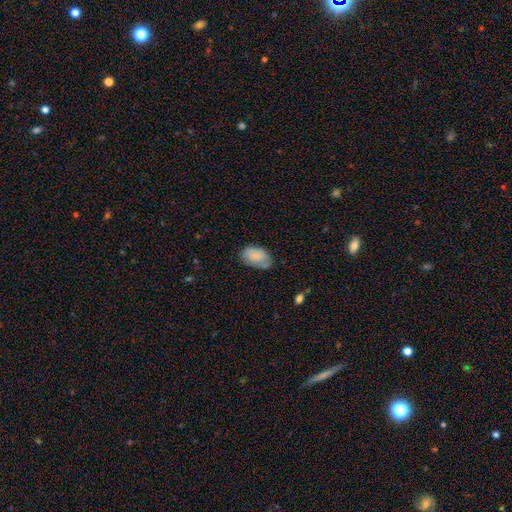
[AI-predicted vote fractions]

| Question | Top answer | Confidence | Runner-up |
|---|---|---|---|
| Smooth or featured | smooth | 73% | featured or disk (20%) |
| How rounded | in between | 92% | round (7%) |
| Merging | none | 62% | minor disturbance (28%) |